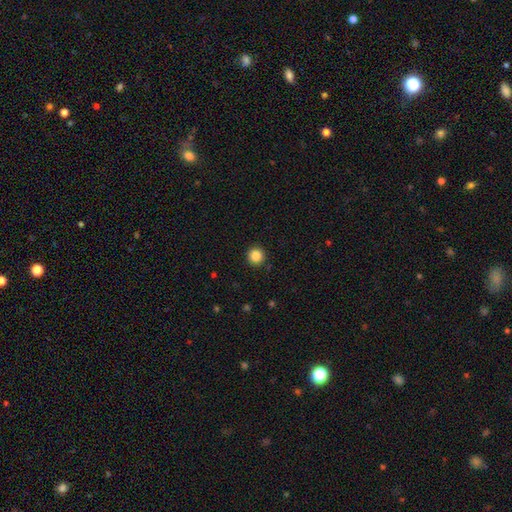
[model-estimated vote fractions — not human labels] Morphology: type=smooth (85%); roundness=round (95%); merging=none (93%).